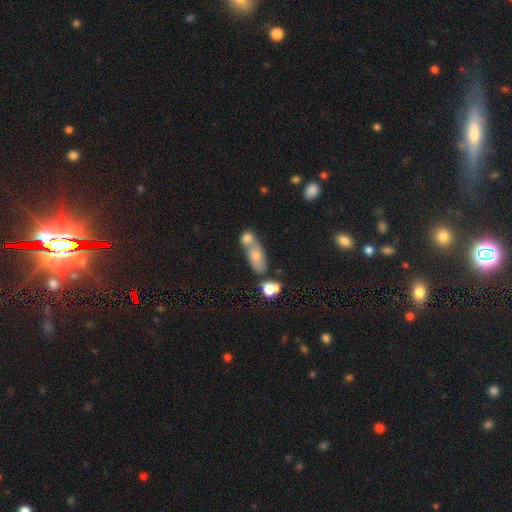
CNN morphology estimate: type=smooth (62%); roundness=in between (73%); merging=merger (55%).